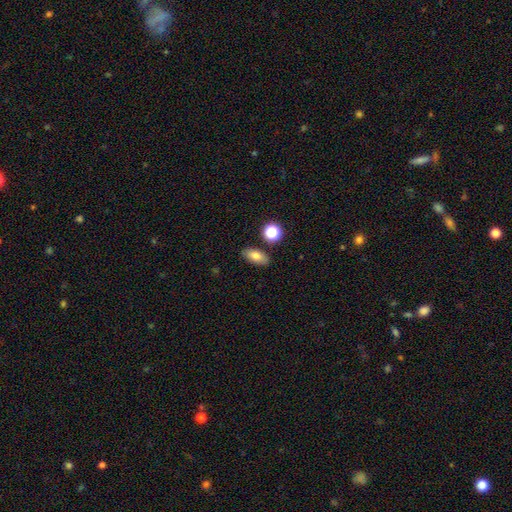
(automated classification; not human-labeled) Smooth or featured? smooth (76%)
How rounded? in between (85%)
Merging? none (84%)